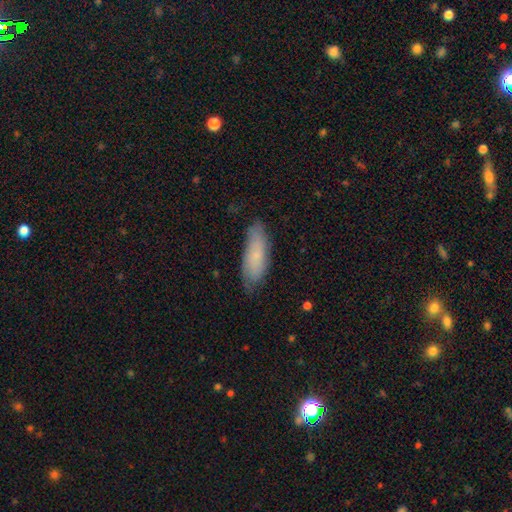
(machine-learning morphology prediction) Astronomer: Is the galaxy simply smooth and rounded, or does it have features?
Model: smooth — 69%.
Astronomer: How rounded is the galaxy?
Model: in between — 59% (runner-up: cigar-shaped, 39%).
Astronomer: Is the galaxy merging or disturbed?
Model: none — 74%.